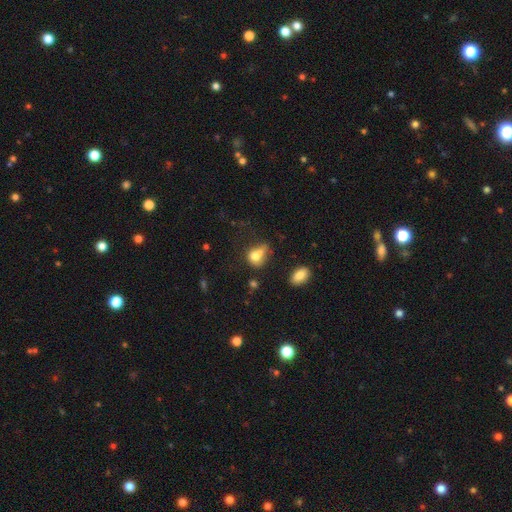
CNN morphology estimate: Smooth or featured? smooth (71%)
How rounded? in between (55%)
Merging? merger (38%)